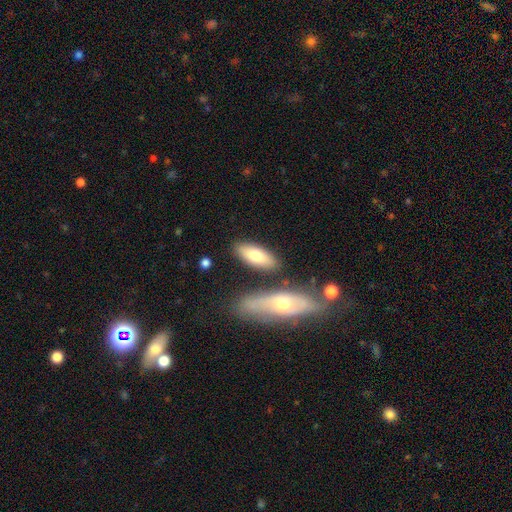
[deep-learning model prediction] This appears to be a smooth galaxy with no disk features (73%) that is in between round and cigar-shaped (74%). Merging: none (77%).